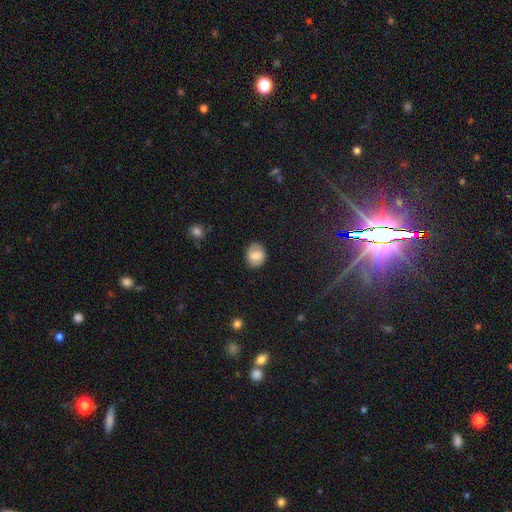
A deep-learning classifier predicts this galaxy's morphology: smooth_or_featured: smooth (p=0.78) [alt: featured or disk p=0.14]
how_rounded: round (p=0.63) [alt: in between p=0.36]
merging: none (p=0.82) [alt: minor disturbance p=0.13]